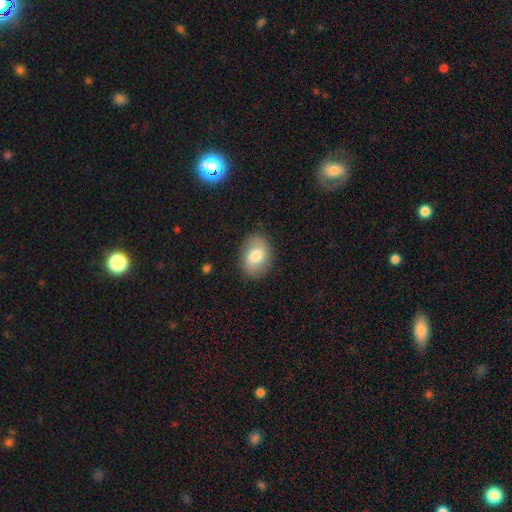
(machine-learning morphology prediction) This is likely a smooth galaxy (72%). How rounded: likely in between (74%). Merging: clearly none (84%).